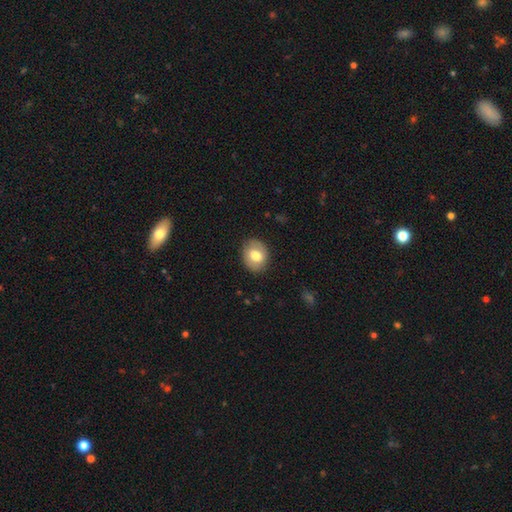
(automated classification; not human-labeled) Overall: smooth (74%). How rounded: in between (50%; round 49%). Merging: none (86%).